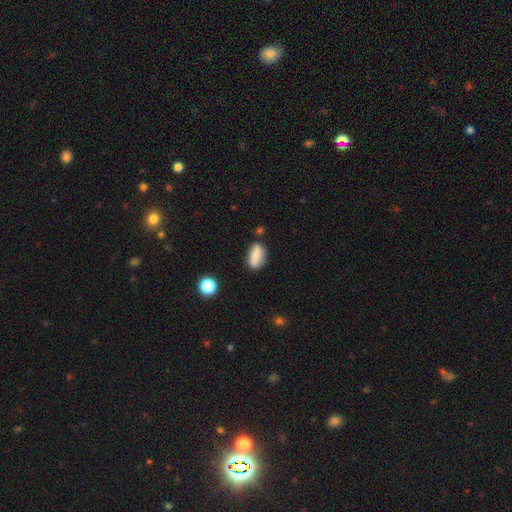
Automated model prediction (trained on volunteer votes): A smooth galaxy with no disk features (62%) that is in between round and cigar-shaped (80%). Merging: none (73%).